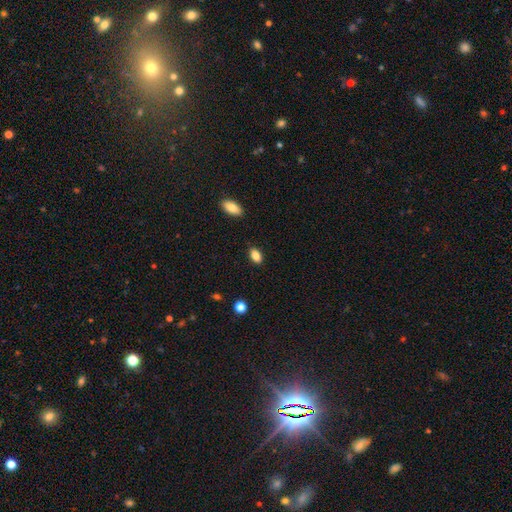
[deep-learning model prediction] This is clearly a smooth galaxy (85%). How rounded: clearly in between (89%). Merging: clearly none (86%).